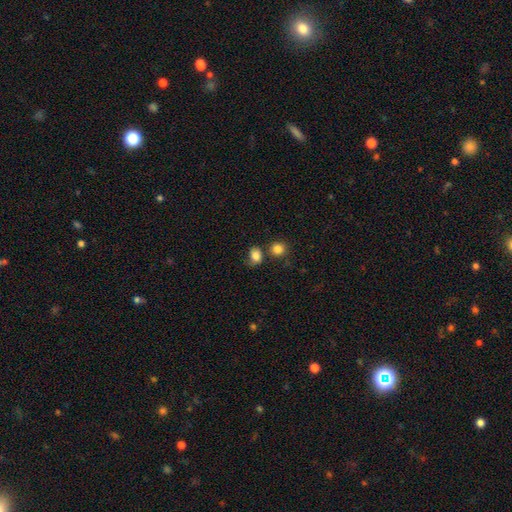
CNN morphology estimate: A smooth galaxy with no disk features (83%) that is round (54%). Merging: none (58%).